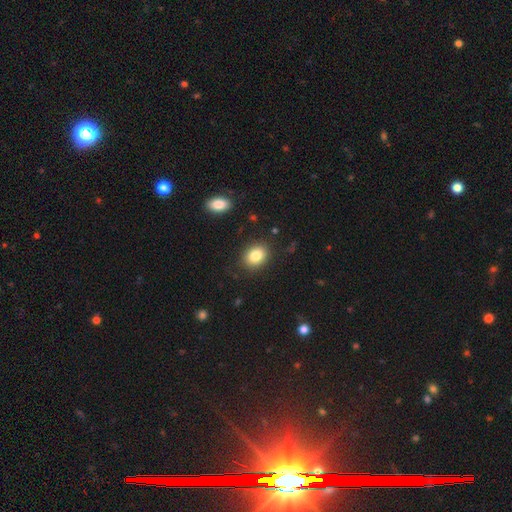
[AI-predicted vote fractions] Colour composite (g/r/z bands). It shows a smooth galaxy with no disk features (84%) that is in between round and cigar-shaped (56%). Merging: none (87%).